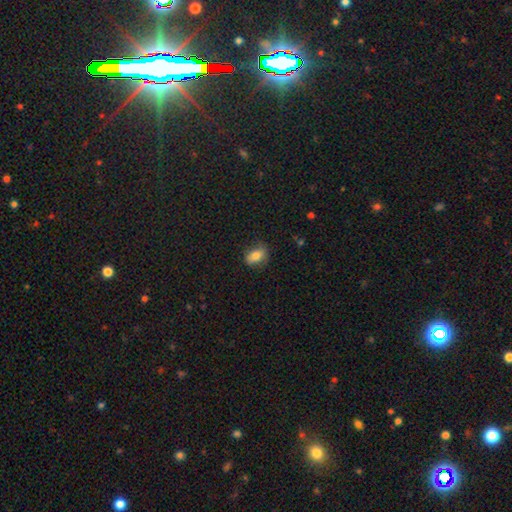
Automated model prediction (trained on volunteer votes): Q: Smooth or featured?
A: smooth (78%); runner-up: featured or disk (14%)
Q: How rounded?
A: in between (81%); runner-up: round (15%)
Q: Merging?
A: none (76%); runner-up: minor disturbance (18%)